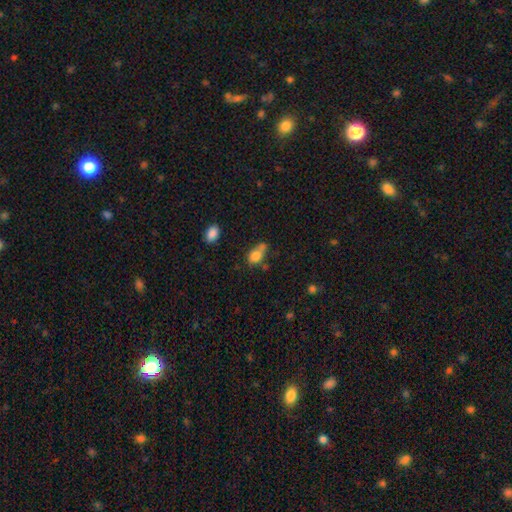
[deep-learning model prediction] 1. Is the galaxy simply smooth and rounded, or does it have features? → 78% smooth, 11% featured or disk, 10% star or artifact.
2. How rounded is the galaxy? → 70% in between, 27% round, 3% cigar-shaped.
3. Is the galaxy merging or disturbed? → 36% none, 33% merger, 22% minor disturbance, 10% major disturbance.